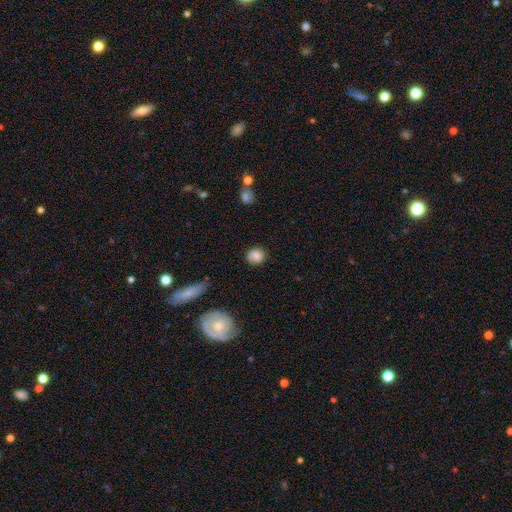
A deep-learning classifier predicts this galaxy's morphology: This is clearly a smooth galaxy (80%). How rounded: likely round (77%). Merging: likely none (73%).